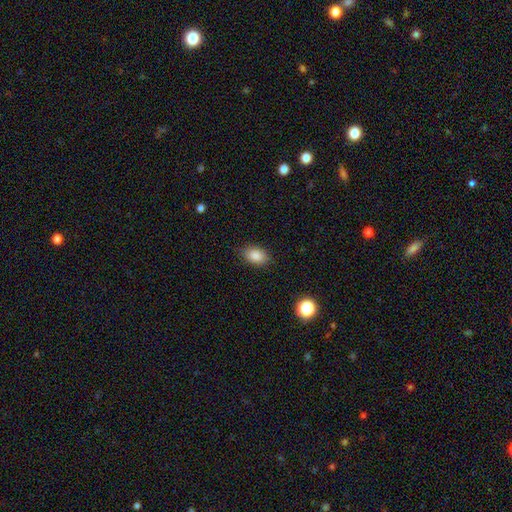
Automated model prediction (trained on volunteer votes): Smooth or featured: smooth — 86% (star or artifact — 9%)
How rounded: in between — 85% (round — 14%)
Merging: none — 82% (minor disturbance — 13%)